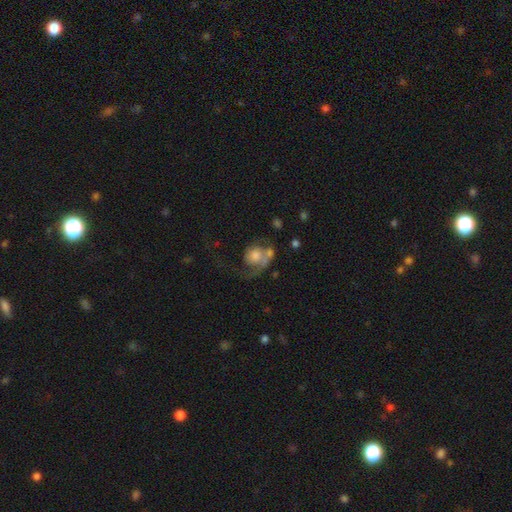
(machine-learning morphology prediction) This is possibly a featured or disk galaxy (53%). It is clearly not viewed edge-on (97%). Bar: clearly no (81%). Spiral arm pattern: likely yes (74%). Central bulge: marginally moderate (34%). Merging: marginally major disturbance (41%).